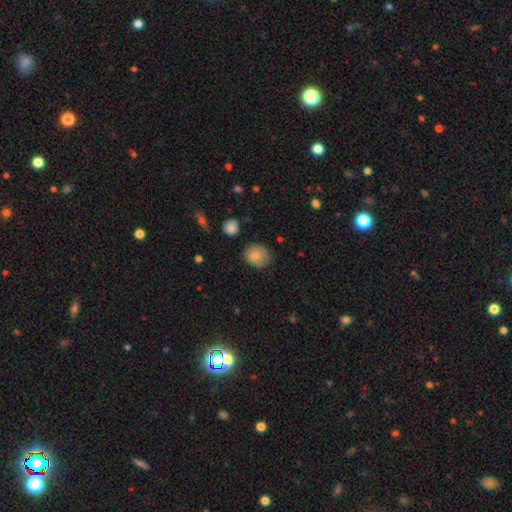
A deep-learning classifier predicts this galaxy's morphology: A smooth galaxy with no disk features (83%) that is round (70%).

Vote fractions:
- Smooth or featured? smooth: 83% / featured or disk: 9% / star or artifact: 8%
- How rounded? round: 70% / in between: 29% / cigar-shaped: 1%
- Merging? none: 72% / minor disturbance: 21% / major disturbance: 5% / merger: 2%